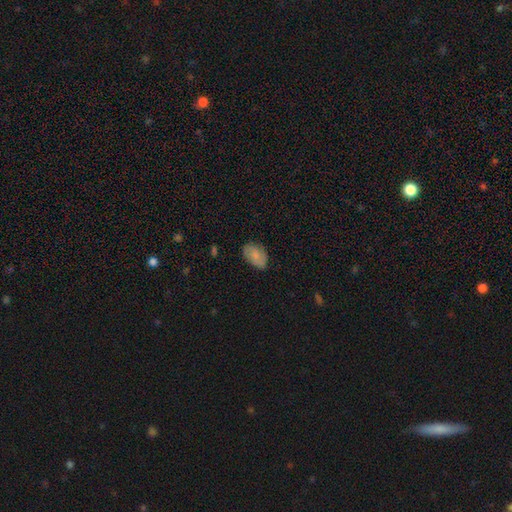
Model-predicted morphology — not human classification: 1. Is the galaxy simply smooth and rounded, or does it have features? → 76% smooth, 17% featured or disk, 7% star or artifact.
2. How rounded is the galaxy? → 89% in between, 10% round, 1% cigar-shaped.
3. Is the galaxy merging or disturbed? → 76% none, 19% minor disturbance, 4% major disturbance, 1% merger.